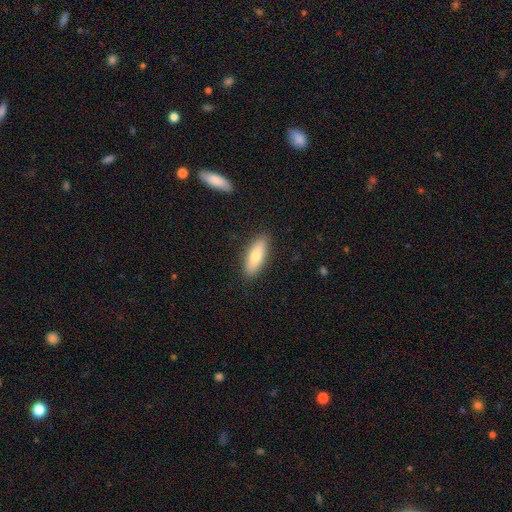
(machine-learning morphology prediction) A smooth galaxy with no disk features (74%) that is in between round and cigar-shaped (57%).

Vote fractions:
- Smooth or featured? smooth: 74% / featured or disk: 20% / star or artifact: 6%
- How rounded? in between: 57% / cigar-shaped: 41% / round: 2%
- Merging? none: 88% / minor disturbance: 8% / major disturbance: 2% / merger: 1%